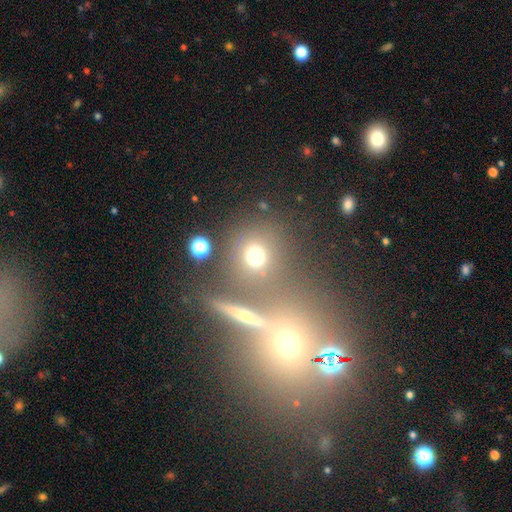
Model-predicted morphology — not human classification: Smooth or featured? smooth (64%)
How rounded? round (80%)
Merging? none (66%)